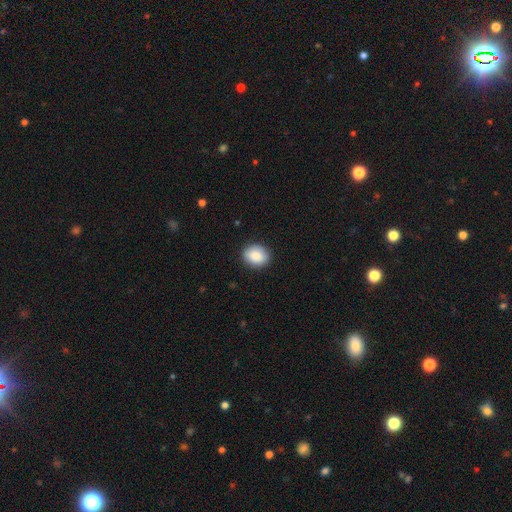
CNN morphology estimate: Overall: smooth (87%). How rounded: round (50%; in between 49%). Merging: none (89%).